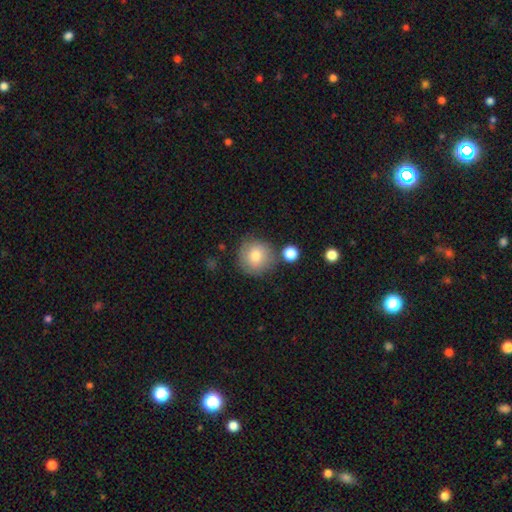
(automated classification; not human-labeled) Smooth or featured? smooth (79%)
How rounded? round (94%)
Merging? none (78%)